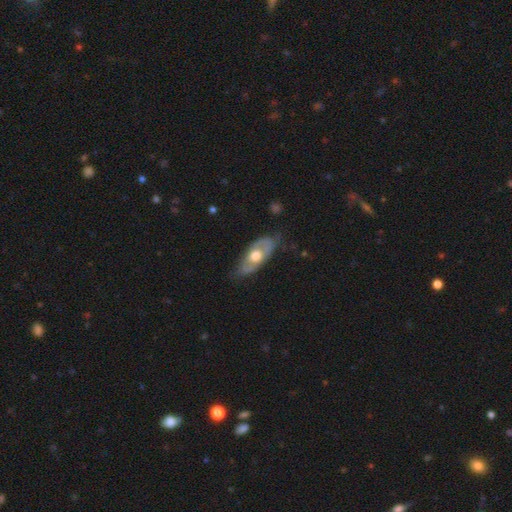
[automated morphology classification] A featured or disk galaxy (59%).

Vote fractions:
- Smooth or featured? featured or disk: 59% / smooth: 36% / star or artifact: 4%
- Edge-on disk? no: 75% / yes: 25%
- Merging? none: 72% / minor disturbance: 21% / major disturbance: 6% / merger: 1%